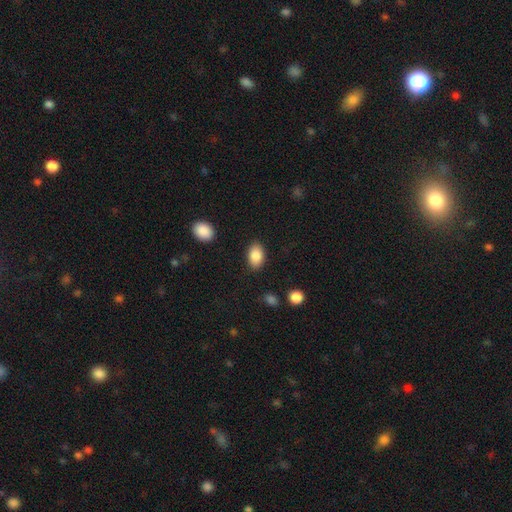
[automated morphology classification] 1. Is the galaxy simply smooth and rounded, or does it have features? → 87% smooth, 7% star or artifact, 6% featured or disk.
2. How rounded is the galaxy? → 89% in between, 10% round, 1% cigar-shaped.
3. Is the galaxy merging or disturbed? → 86% none, 9% minor disturbance, 3% major disturbance, 2% merger.